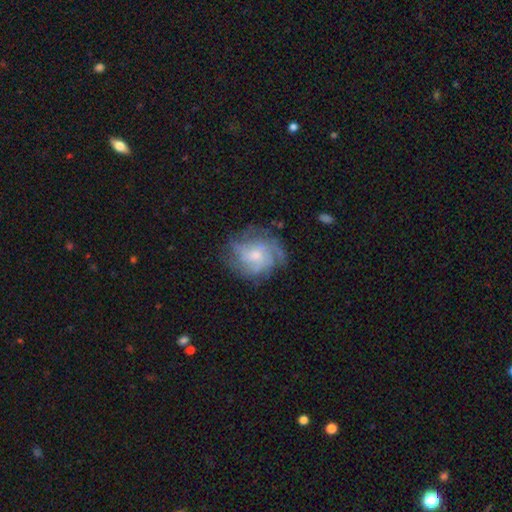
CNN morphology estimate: Smooth or featured? featured or disk (71%)
Edge-on disk? no (98%)
Bar? no (68%)
Spiral arms? yes (88%)
Spiral winding? tight (46%)
Spiral arm count? can't tell (41%)
Bulge size? small (51%)
Merging? none (68%)